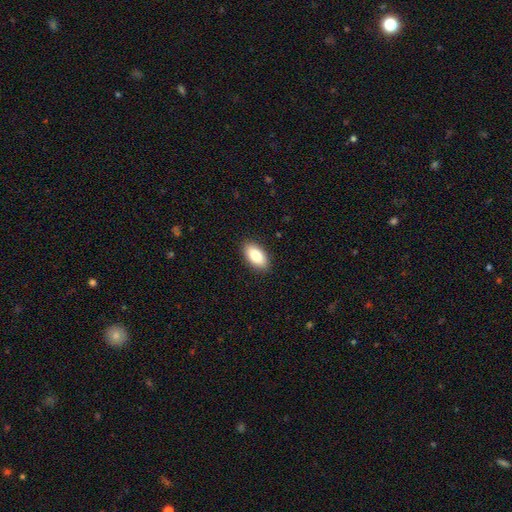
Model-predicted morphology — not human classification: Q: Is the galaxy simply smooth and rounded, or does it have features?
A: smooth — 85%.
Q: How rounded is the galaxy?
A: in between — 93%.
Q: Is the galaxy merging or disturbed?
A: none — 89%.